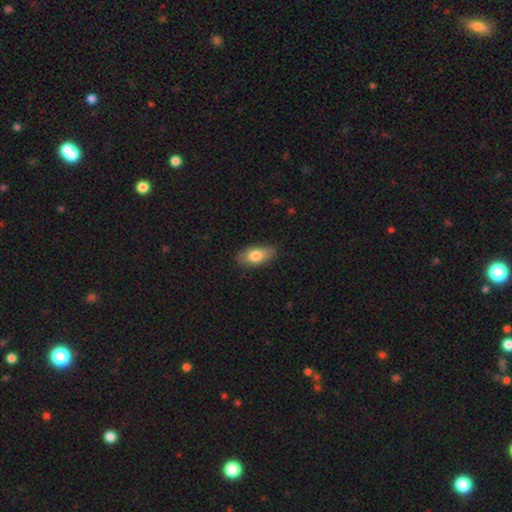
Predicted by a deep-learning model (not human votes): Morphology: type=smooth (78%); roundness=in between (90%); merging=none (82%).